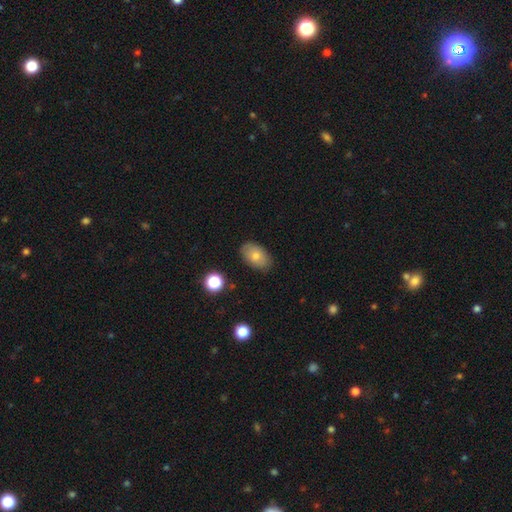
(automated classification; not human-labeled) Overall: smooth (74%). How rounded: in between (88%). Merging: none (85%).